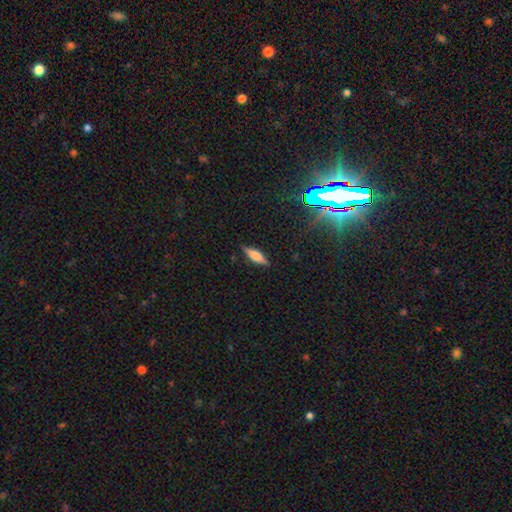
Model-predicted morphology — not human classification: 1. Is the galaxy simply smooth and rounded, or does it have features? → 59% smooth, 32% featured or disk, 10% star or artifact.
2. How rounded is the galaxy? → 56% cigar-shaped, 41% in between, 2% round.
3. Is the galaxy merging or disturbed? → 86% none, 11% minor disturbance, 2% major disturbance, 1% merger.